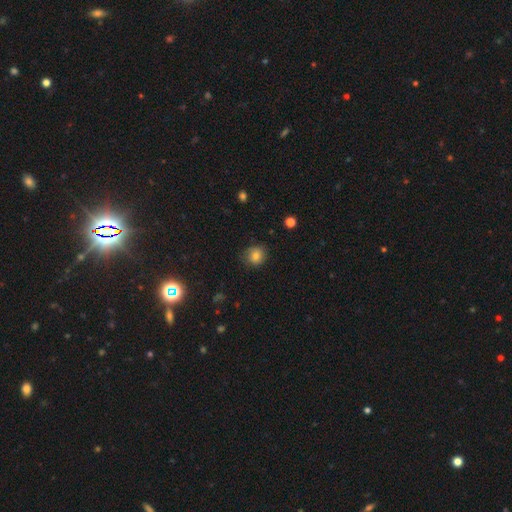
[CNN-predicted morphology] This appears to be a smooth galaxy with no disk features (81%) that is round (82%). Merging: none (77%).